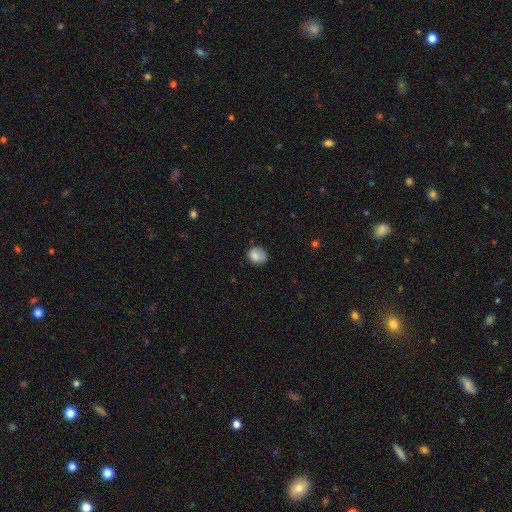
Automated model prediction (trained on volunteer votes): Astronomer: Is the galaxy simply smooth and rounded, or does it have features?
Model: smooth — 78%.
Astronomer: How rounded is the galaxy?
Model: round — 62% (runner-up: in between, 38%).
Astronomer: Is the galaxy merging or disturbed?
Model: none — 60%.